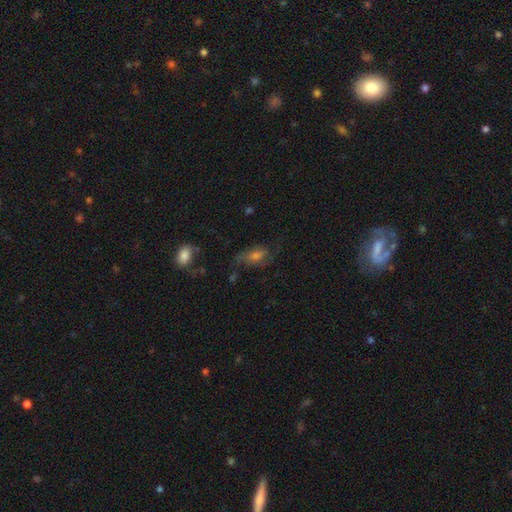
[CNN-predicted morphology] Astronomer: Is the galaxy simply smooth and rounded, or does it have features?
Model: featured or disk — 43% (runner-up: smooth, 41%).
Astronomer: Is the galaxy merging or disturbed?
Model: none — 51%.